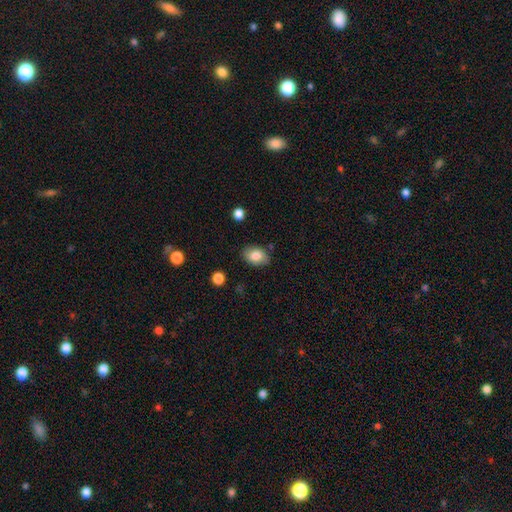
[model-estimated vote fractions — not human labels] smooth-or-featured: smooth: 83% | featured or disk: 10% | star or artifact: 7%
  how-rounded: in between: 85% | round: 14% | cigar-shaped: 1%
  merging: none: 81% | minor disturbance: 14% | major disturbance: 3% | merger: 2%